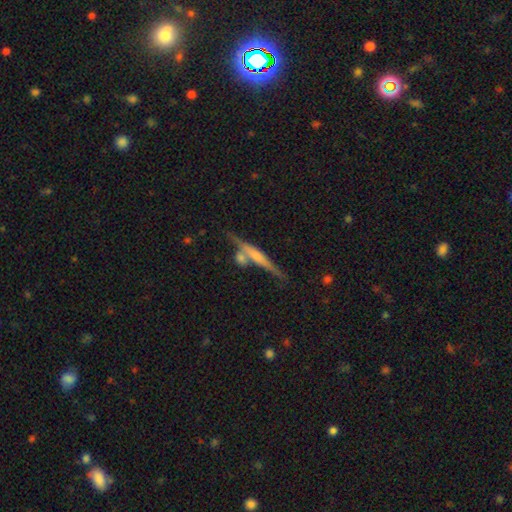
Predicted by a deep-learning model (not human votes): Smooth or featured: featured or disk — 63% (smooth — 30%)
Edge-on disk: yes — 95% (no — 5%)
Edge-on bulge: rounded — 49% (none — 27%)
Merging: none — 62% (merger — 21%)